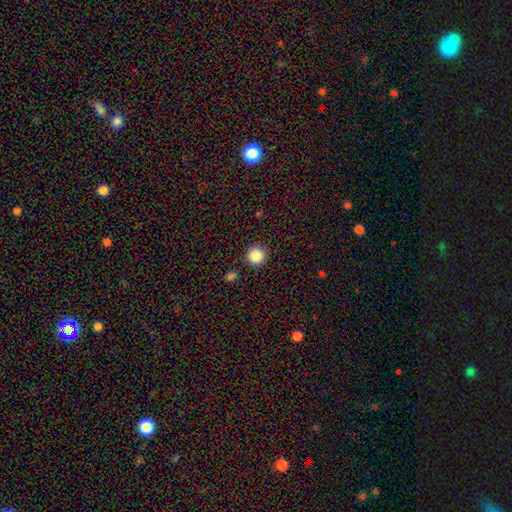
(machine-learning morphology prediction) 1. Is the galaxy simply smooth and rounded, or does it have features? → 87% smooth, 10% star or artifact, 3% featured or disk.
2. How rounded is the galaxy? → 95% round, 4% in between, 1% cigar-shaped.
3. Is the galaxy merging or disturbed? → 91% none, 5% minor disturbance, 2% major disturbance, 2% merger.